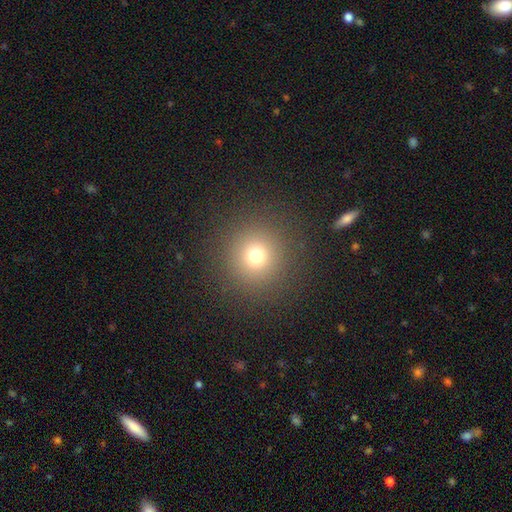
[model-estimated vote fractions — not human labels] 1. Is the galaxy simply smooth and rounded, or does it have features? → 71% smooth, 20% star or artifact, 9% featured or disk.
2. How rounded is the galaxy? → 95% round, 4% in between, 1% cigar-shaped.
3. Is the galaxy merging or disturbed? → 89% none, 6% minor disturbance, 4% major disturbance, 1% merger.